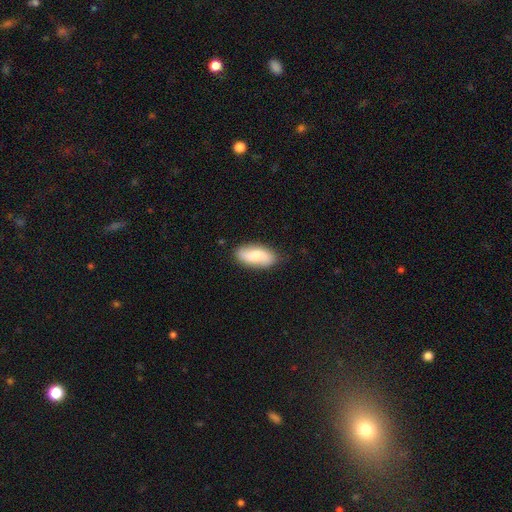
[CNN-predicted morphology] The model was most divided on "smooth or featured": smooth: 62%, featured or disk: 32%, star or artifact: 6%. More confident: how rounded — in between (88%); merging — none (83%).